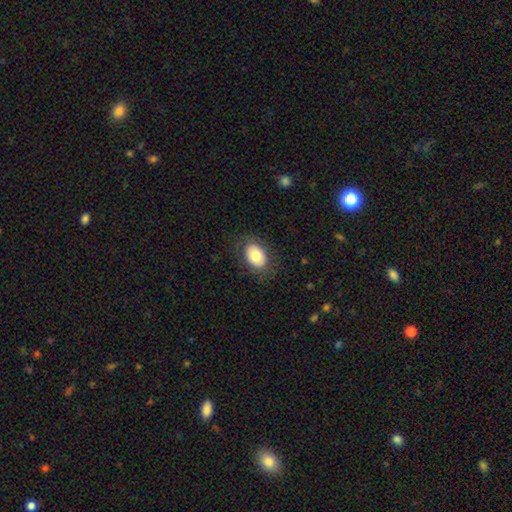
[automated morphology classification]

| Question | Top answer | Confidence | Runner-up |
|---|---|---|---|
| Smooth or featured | smooth | 79% | featured or disk (14%) |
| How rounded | in between | 81% | round (18%) |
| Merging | none | 82% | minor disturbance (13%) |